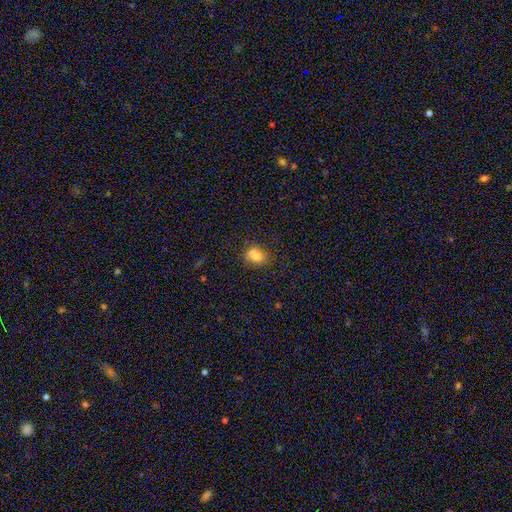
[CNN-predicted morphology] Smooth or featured? Predicted: smooth (p=0.71). How rounded? Predicted: round (p=0.54). Merging? Predicted: none (p=0.59).